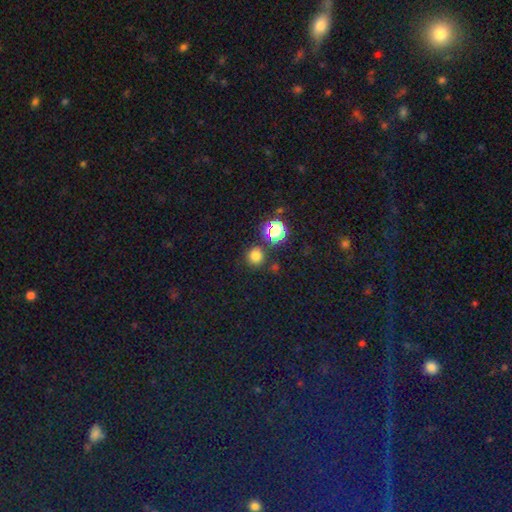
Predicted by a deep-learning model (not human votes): smooth-or-featured: smooth: 73% | star or artifact: 22% | featured or disk: 5%
  how-rounded: round: 92% | in between: 7% | cigar-shaped: 1%
  merging: none: 83% | minor disturbance: 7% | merger: 7% | major disturbance: 3%